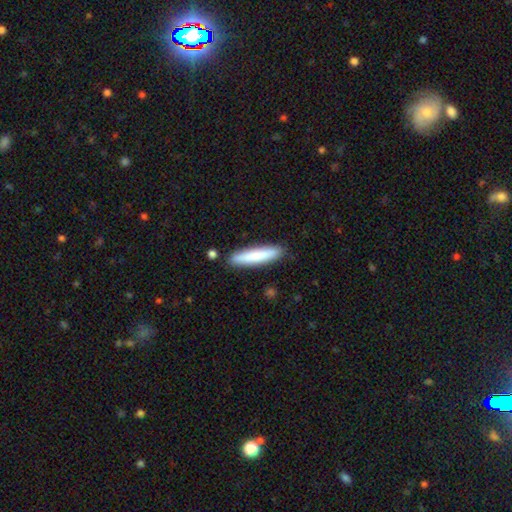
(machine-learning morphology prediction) Smooth or featured? Predicted: smooth (p=0.79). How rounded? Predicted: cigar-shaped (p=0.89). Merging? Predicted: none (p=0.88).